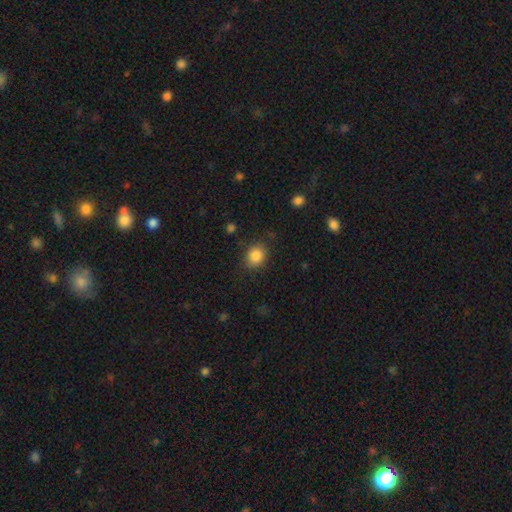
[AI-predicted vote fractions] smooth 86%, star or artifact 10%, featured or disk 4%. Down the decision tree: how rounded — round (66%); merging — none (83%).